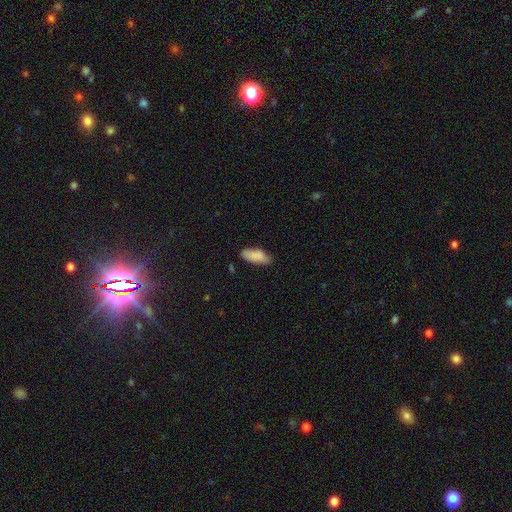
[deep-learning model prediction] smooth-or-featured: smooth: 88% | star or artifact: 6% | featured or disk: 6%
  how-rounded: in between: 81% | cigar-shaped: 17% | round: 2%
  merging: none: 77% | minor disturbance: 18% | major disturbance: 3% | merger: 1%